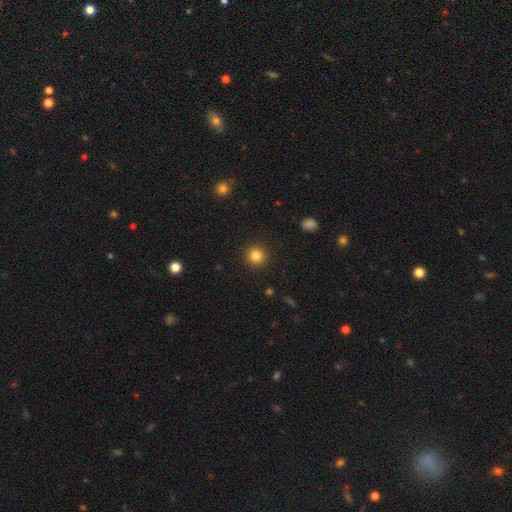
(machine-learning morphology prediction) The model was most divided on "smooth or featured": smooth: 83%, star or artifact: 11%, featured or disk: 5%. More confident: how rounded — round (92%); merging — none (92%).